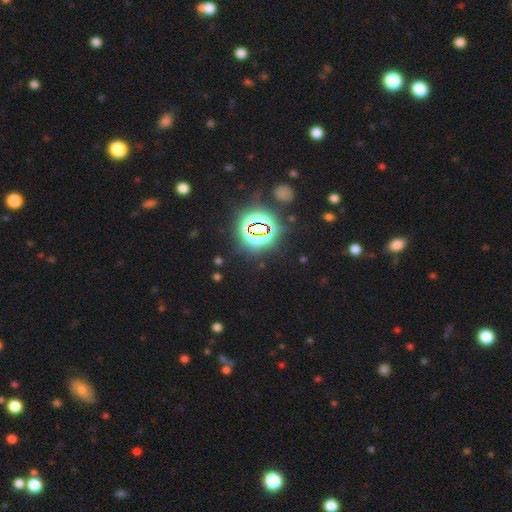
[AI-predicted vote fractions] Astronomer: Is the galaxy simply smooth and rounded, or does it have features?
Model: star or artifact — 75%.